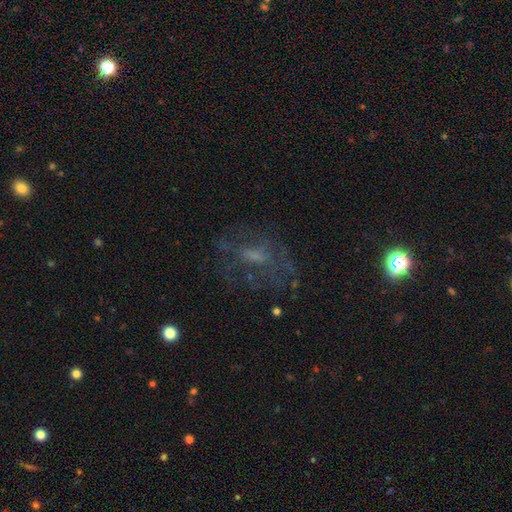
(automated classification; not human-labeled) smooth_or_featured: featured or disk (p=0.50) [alt: smooth p=0.29]
merging: none (p=0.55) [alt: major disturbance p=0.25]